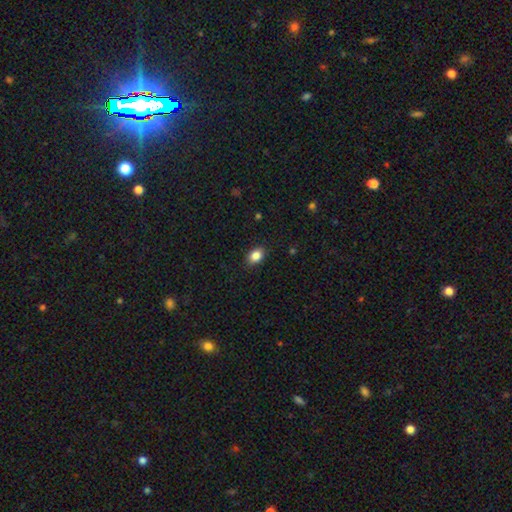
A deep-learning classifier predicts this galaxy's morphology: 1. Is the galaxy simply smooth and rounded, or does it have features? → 86% smooth, 9% star or artifact, 5% featured or disk.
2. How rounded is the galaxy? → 78% in between, 21% round, 1% cigar-shaped.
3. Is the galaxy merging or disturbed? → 88% none, 9% minor disturbance, 2% major disturbance, 1% merger.